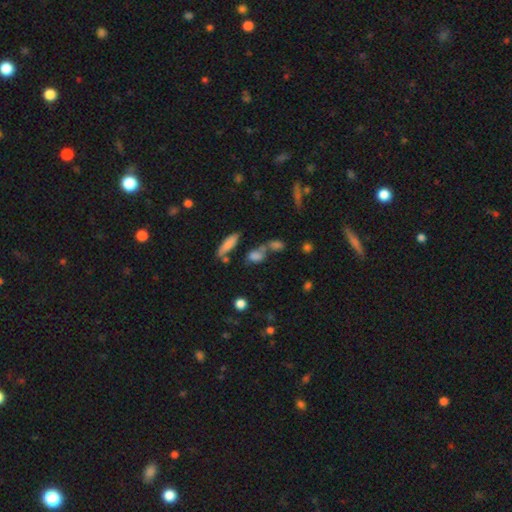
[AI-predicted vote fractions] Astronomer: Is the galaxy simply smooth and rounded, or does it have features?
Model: smooth — 70%.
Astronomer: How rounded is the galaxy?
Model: in between — 64%.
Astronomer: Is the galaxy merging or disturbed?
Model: none — 43% (runner-up: merger, 33%).